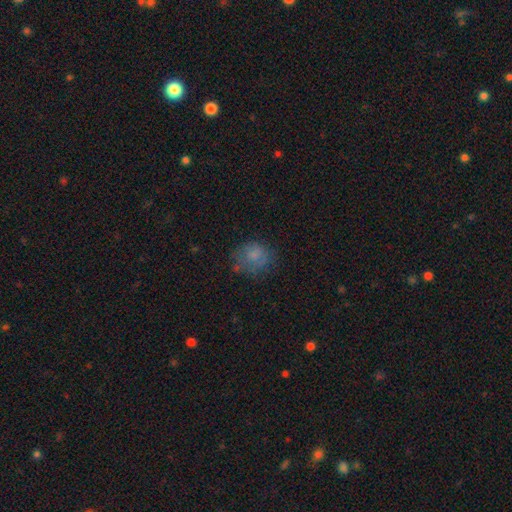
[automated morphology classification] Smooth or featured? Predicted: smooth (p=0.69). How rounded? Predicted: round (p=0.70). Merging? Predicted: none (p=0.56).